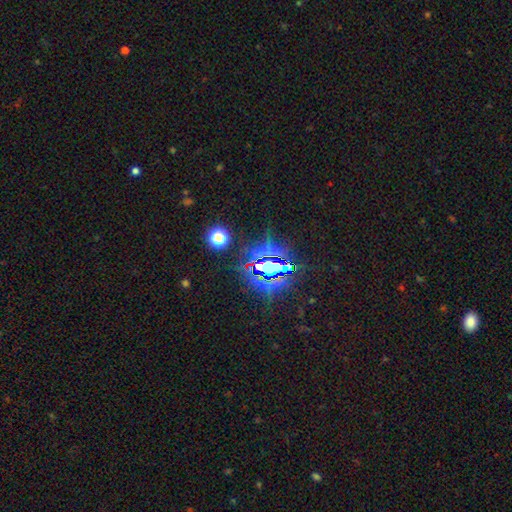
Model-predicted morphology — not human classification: Smooth or featured: star or artifact — 83% (smooth — 10%)